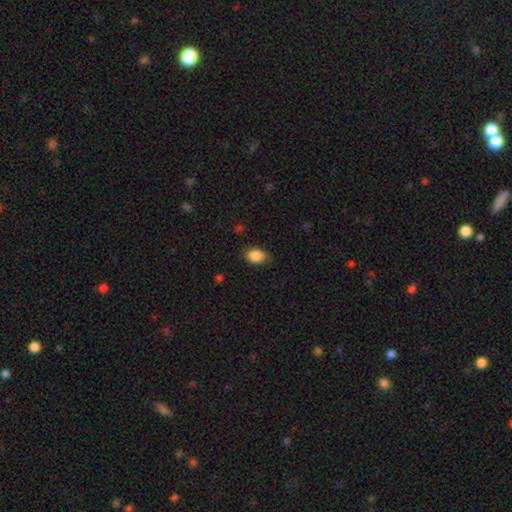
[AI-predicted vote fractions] A smooth galaxy with no disk features (87%) that is in between round and cigar-shaped (79%).

Vote fractions:
- Smooth or featured? smooth: 87% / star or artifact: 8% / featured or disk: 4%
- How rounded? in between: 79% / round: 20% / cigar-shaped: 1%
- Merging? none: 82% / minor disturbance: 14% / major disturbance: 3% / merger: 1%